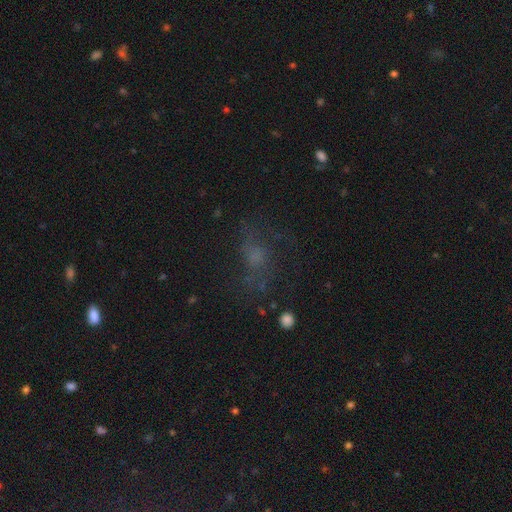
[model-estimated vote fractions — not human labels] The model was most divided on "smooth or featured" (2-way tie): featured or disk: 37%, smooth: 37%, star or artifact: 26%. More confident: merging — none (56%).